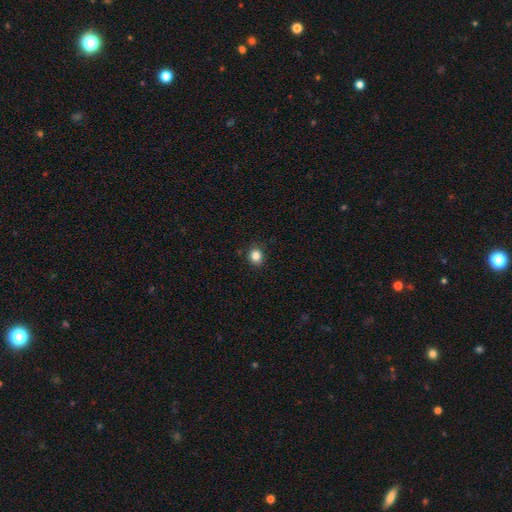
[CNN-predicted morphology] This appears to be a smooth galaxy with no disk features (84%) that is round (71%). Merging: none (88%).